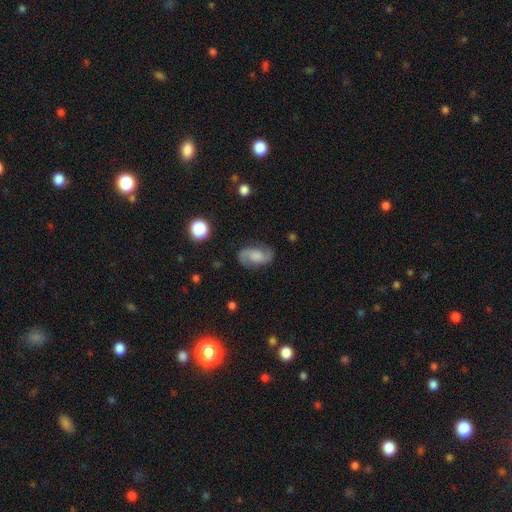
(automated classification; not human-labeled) A featured or disk galaxy (74%) with no bar (55%), 2 (92%) medium (44%) spiral arms (95%) and no central bulge (31%).

Vote fractions:
- Smooth or featured? featured or disk: 74% / smooth: 18% / star or artifact: 8%
- Edge-on disk? no: 97% / yes: 3%
- Bar? no: 55% / weak: 36% / strong: 9%
- Spiral arms? yes: 95% / no: 5%
- Spiral winding? medium: 44% / loose: 42% / tight: 14%
- Spiral arm count? 2: 92% / can't tell: 3% / 1: 2% / 3: 1% / 4: 1% / more than 4: 1%
- Bulge size? none: 31% / moderate: 25% / large: 21% / small: 19% / dominant: 4%
- Merging? none: 79% / minor disturbance: 14% / major disturbance: 6% / merger: 2%